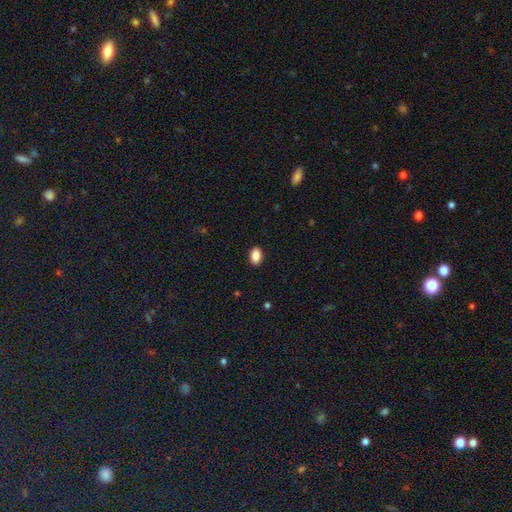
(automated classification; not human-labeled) smooth 88%, star or artifact 8%, featured or disk 4%. Down the decision tree: how rounded — in between (84%); merging — none (90%).